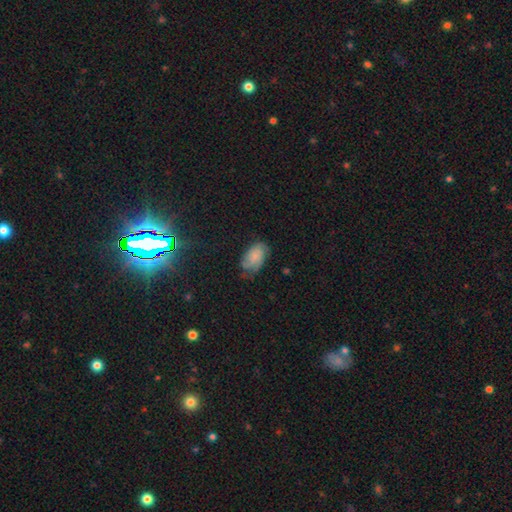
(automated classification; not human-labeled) Smooth or featured? smooth (46%)
Merging? none (55%)